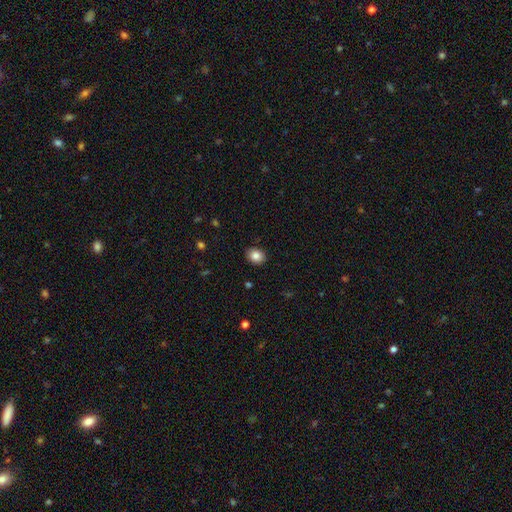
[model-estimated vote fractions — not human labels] This is clearly a smooth galaxy (85%). How rounded: possibly in between (53%). Merging: clearly none (90%).